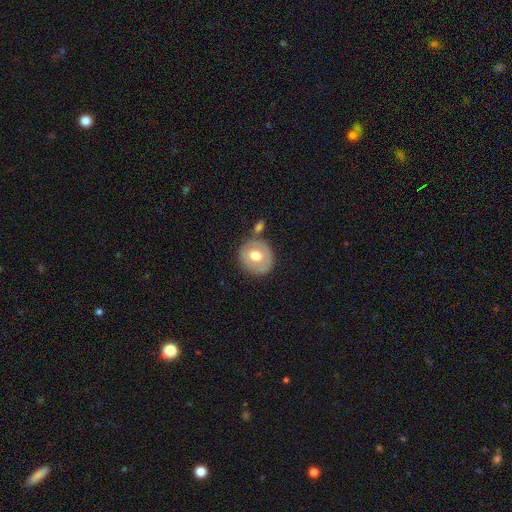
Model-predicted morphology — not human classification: Smooth or featured: smooth — 58% (featured or disk — 35%)
How rounded: round — 83% (in between — 16%)
Merging: none — 69% (minor disturbance — 14%)